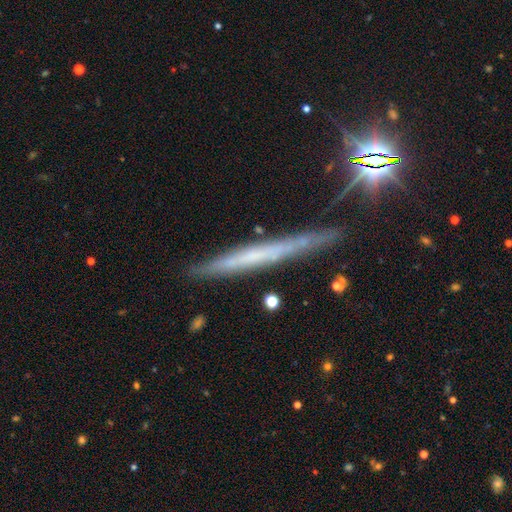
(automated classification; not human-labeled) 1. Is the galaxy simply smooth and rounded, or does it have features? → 52% featured or disk, 34% smooth, 14% star or artifact.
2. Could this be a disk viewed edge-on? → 93% yes, 7% no.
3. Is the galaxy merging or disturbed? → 81% none, 14% minor disturbance, 3% major disturbance, 3% merger.